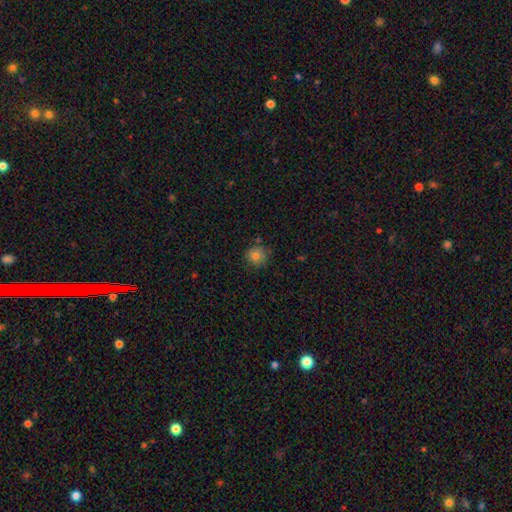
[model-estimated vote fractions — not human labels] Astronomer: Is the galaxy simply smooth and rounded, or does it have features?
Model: smooth — 82%.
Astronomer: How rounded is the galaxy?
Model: round — 91%.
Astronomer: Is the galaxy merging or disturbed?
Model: none — 82%.